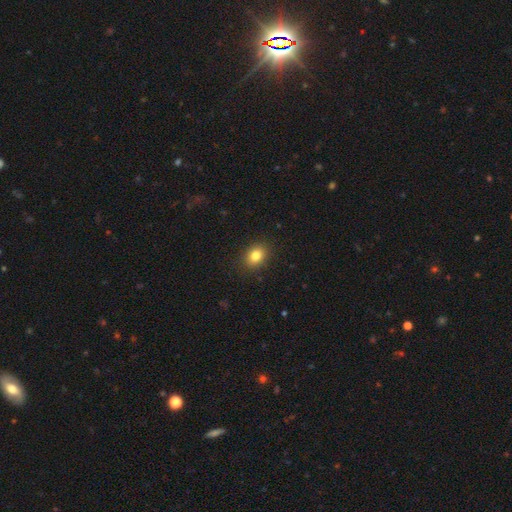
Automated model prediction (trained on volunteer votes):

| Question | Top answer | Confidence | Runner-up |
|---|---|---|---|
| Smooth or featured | smooth | 82% | star or artifact (11%) |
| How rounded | in between | 59% | round (40%) |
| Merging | none | 89% | minor disturbance (8%) |